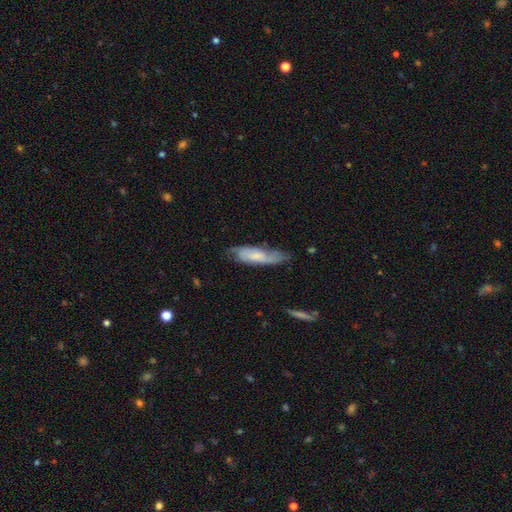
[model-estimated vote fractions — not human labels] Smooth or featured: smooth — 49% (featured or disk — 44%)
Merging: none — 56% (minor disturbance — 31%)